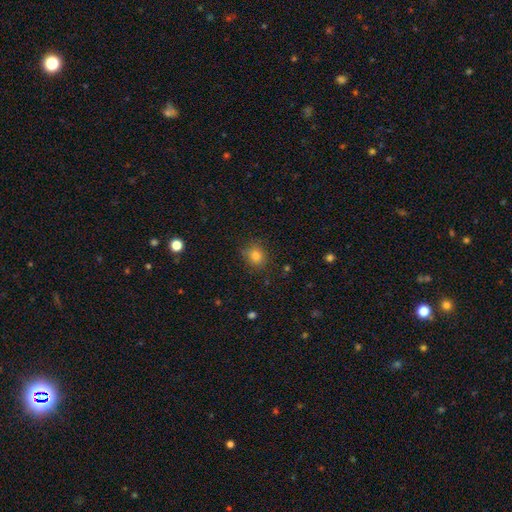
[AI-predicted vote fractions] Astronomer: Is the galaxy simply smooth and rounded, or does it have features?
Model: smooth — 80%.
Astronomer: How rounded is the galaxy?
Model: round — 78%.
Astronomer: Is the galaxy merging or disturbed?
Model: none — 82%.